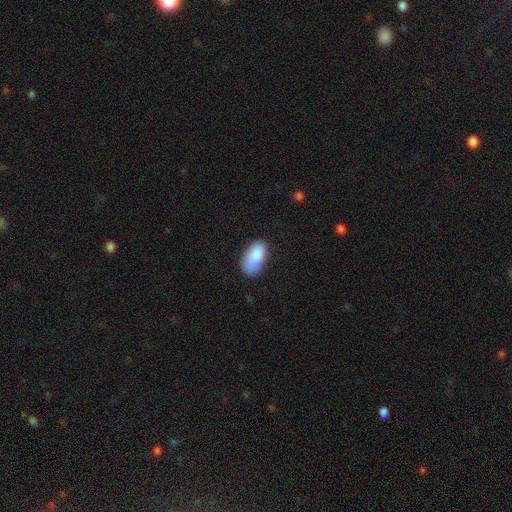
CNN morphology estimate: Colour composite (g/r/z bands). It shows a smooth galaxy with no disk features (83%) that is in between round and cigar-shaped (94%). Merging: none (56%).